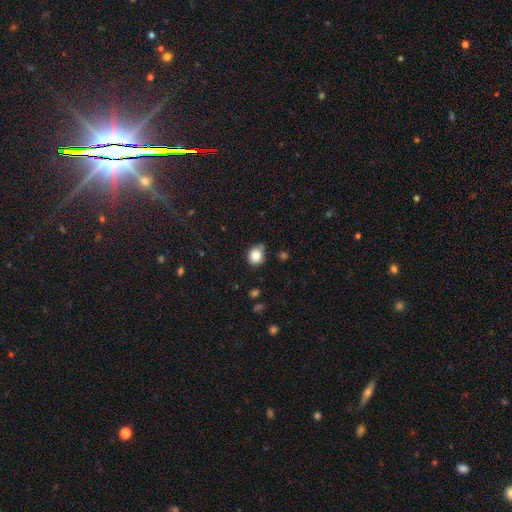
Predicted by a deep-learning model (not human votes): smooth 84%, star or artifact 10%, featured or disk 6%. Down the decision tree: how rounded — round (71%); merging — none (68%).